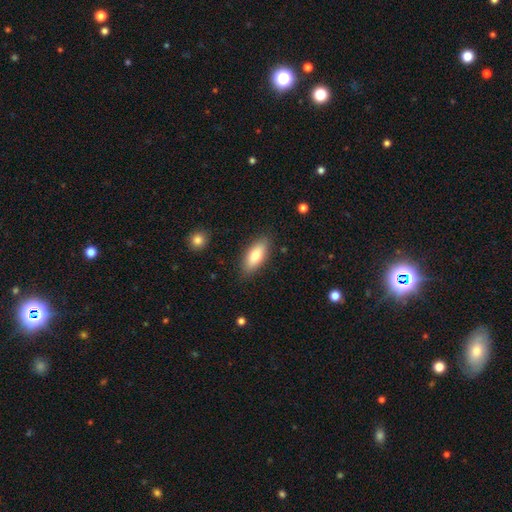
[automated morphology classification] Smooth or featured? smooth (77%)
How rounded? in between (78%)
Merging? none (85%)